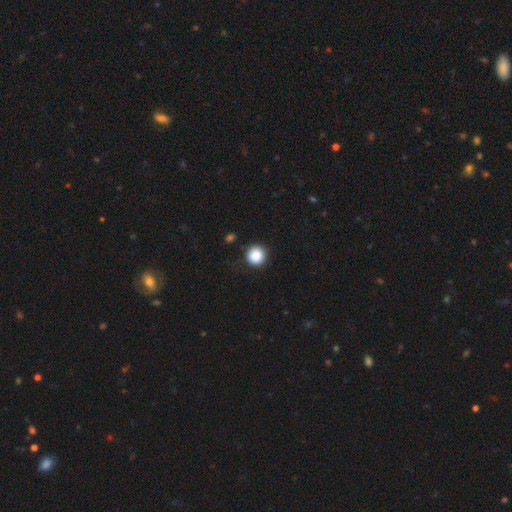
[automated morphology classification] A smooth galaxy with no disk features (88%) that is round (95%).

Vote fractions:
- Smooth or featured? smooth: 88% / star or artifact: 9% / featured or disk: 3%
- How rounded? round: 95% / in between: 4% / cigar-shaped: 1%
- Merging? none: 88% / minor disturbance: 8% / major disturbance: 3% / merger: 1%